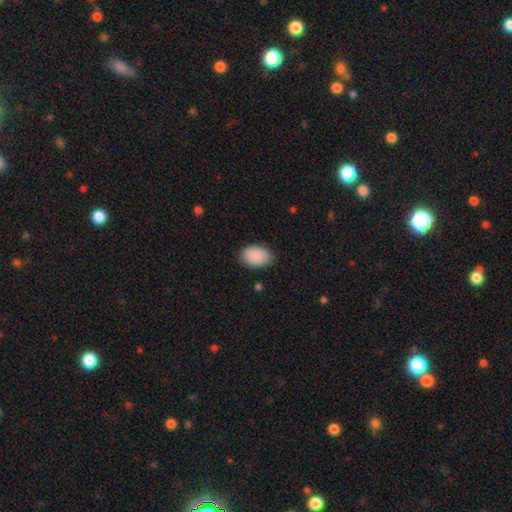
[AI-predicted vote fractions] smooth-or-featured: smooth: 90% | star or artifact: 6% | featured or disk: 3%
  how-rounded: in between: 88% | round: 11% | cigar-shaped: 1%
  merging: none: 84% | minor disturbance: 12% | major disturbance: 3% | merger: 1%